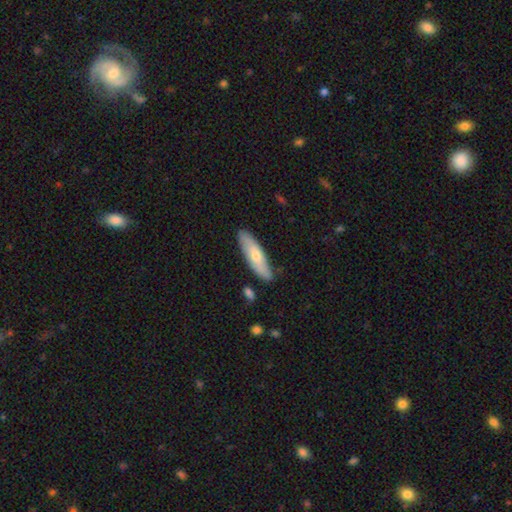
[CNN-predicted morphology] Q: Smooth or featured?
A: smooth (63%); runner-up: featured or disk (31%)
Q: How rounded?
A: cigar-shaped (59%); runner-up: in between (39%)
Q: Merging?
A: none (82%); runner-up: minor disturbance (14%)